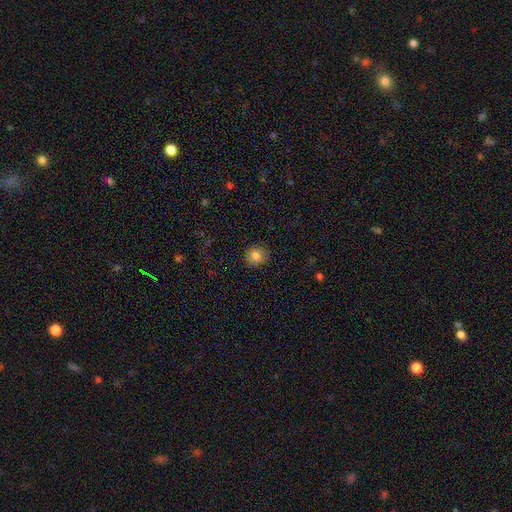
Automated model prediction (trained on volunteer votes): Smooth or featured?
  - smooth: 83% *
  - star or artifact: 10%
  - featured or disk: 6%
How rounded?
  - round: 87% *
  - in between: 12%
  - cigar-shaped: 1%
Merging?
  - none: 87% *
  - minor disturbance: 9%
  - major disturbance: 2%
  - merger: 1%